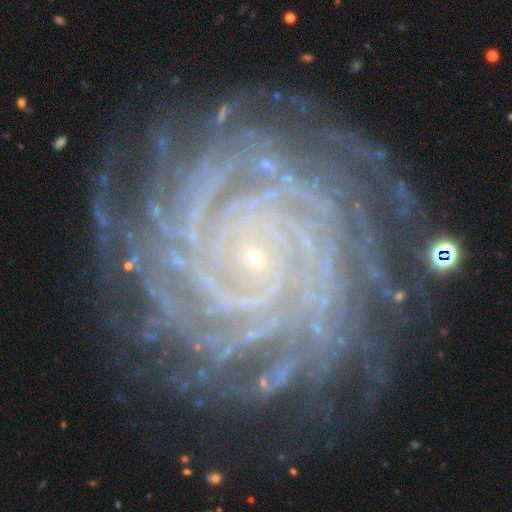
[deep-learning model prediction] Smooth or featured? Predicted: featured or disk (p=0.91). Edge-on disk? Predicted: no (p=0.98). Bar? Predicted: no (p=0.74). Spiral arms? Predicted: yes (p=0.99). Spiral winding? Predicted: tight (p=0.89). Spiral arm count? Predicted: more than 4 (p=0.39). Bulge size? Predicted: small (p=0.91). Merging? Predicted: none (p=0.82).